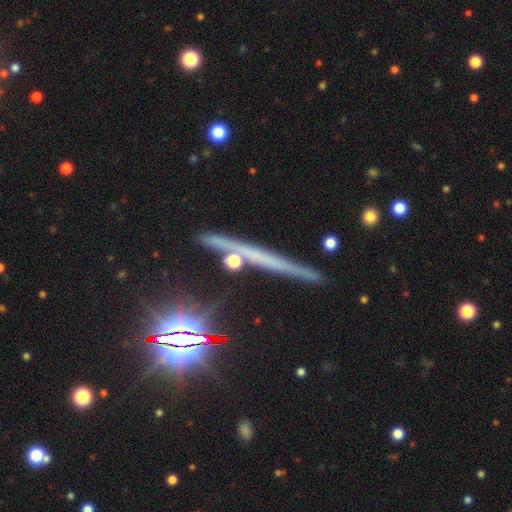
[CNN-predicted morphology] Smooth or featured: featured or disk — 52% (smooth — 26%)
Edge-on disk: yes — 95% (no — 5%)
Merging: none — 79% (minor disturbance — 13%)